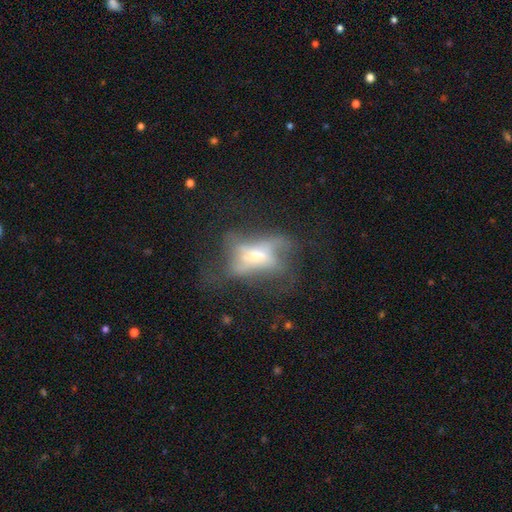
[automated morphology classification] This appears to be a featured or disk galaxy (55%). Merging: major disturbance (47%).